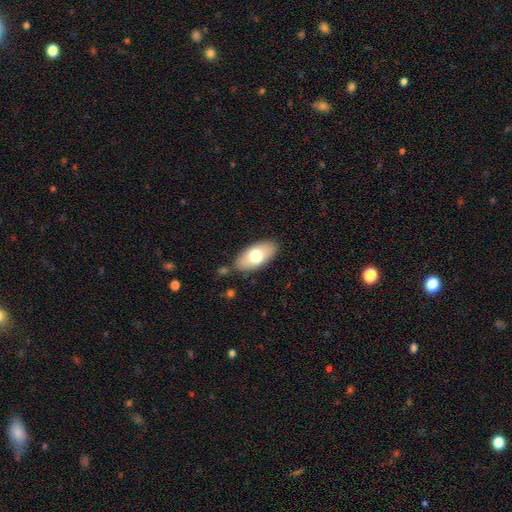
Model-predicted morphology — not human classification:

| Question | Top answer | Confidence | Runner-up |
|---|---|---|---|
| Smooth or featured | smooth | 70% | featured or disk (23%) |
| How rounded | in between | 93% | cigar-shaped (4%) |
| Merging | none | 81% | minor disturbance (12%) |